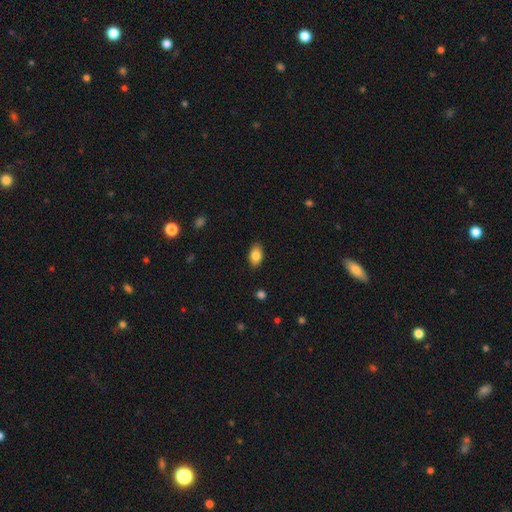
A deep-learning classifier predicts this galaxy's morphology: This is clearly a smooth galaxy (83%). How rounded: clearly in between (90%). Merging: clearly none (87%).